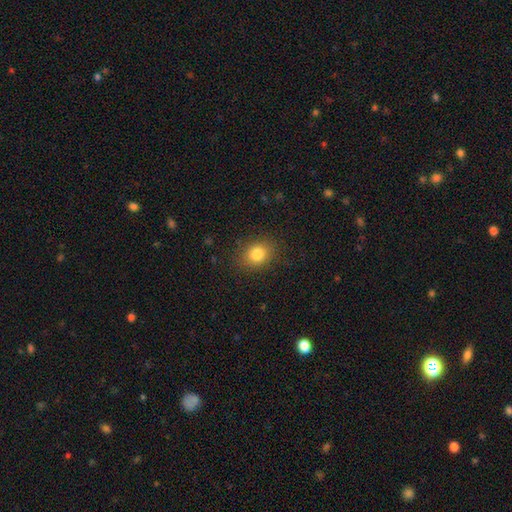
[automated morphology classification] smooth_or_featured: smooth (p=0.81) [alt: star or artifact p=0.12]
how_rounded: round (p=0.52) [alt: in between p=0.47]
merging: none (p=0.87) [alt: minor disturbance p=0.09]